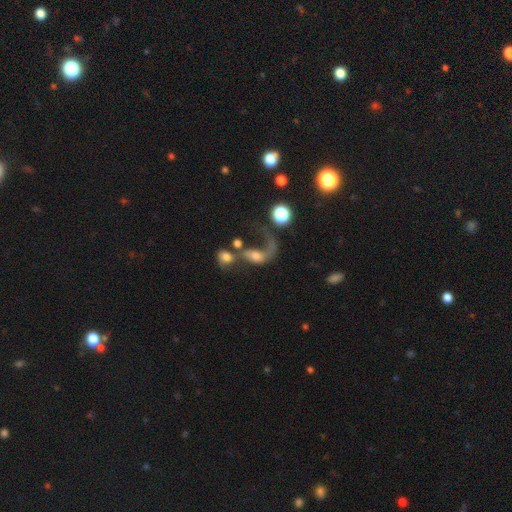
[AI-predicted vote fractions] Smooth or featured? Predicted: featured or disk (p=0.55). Edge-on disk? Predicted: no (p=0.94). Bar? Predicted: no (p=0.67). Spiral arms? Predicted: yes (p=0.71). Bulge size? Predicted: moderate (p=0.47). Merging? Predicted: merger (p=0.41).